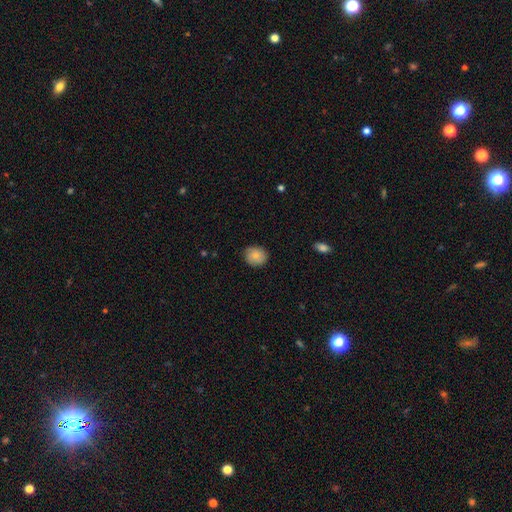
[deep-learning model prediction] Overall: smooth (82%). How rounded: round (70%). Merging: none (84%).